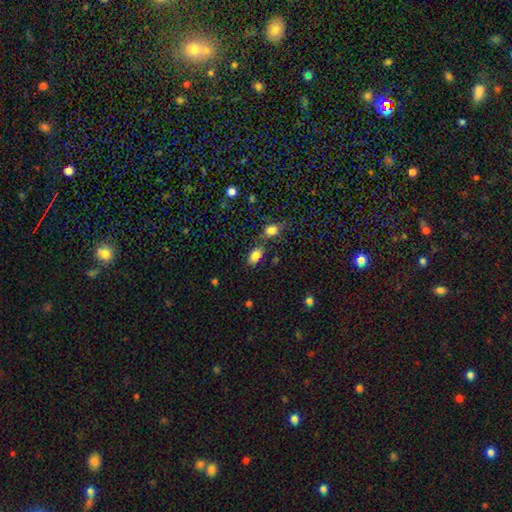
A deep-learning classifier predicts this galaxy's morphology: Smooth or featured? Predicted: smooth (p=0.83). How rounded? Predicted: in between (p=0.88). Merging? Predicted: none (p=0.66).